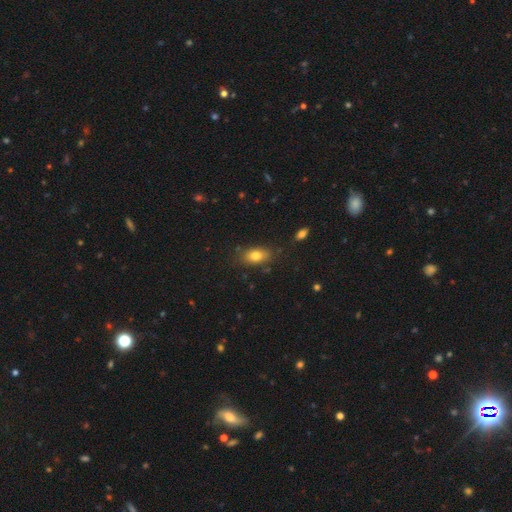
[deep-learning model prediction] Overall: smooth (79%). How rounded: in between (85%). Merging: none (78%).